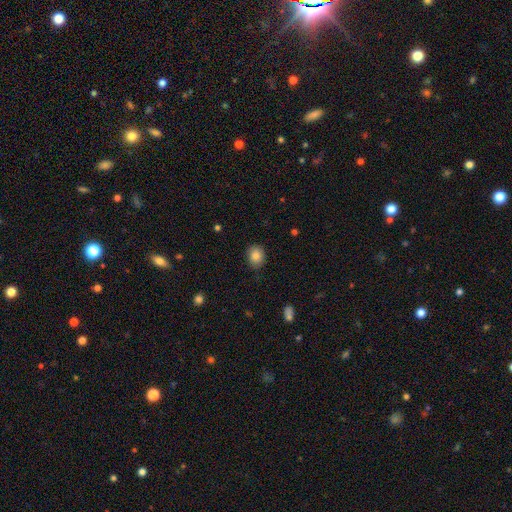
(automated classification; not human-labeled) Morphology: type=smooth (83%); roundness=round (56%); merging=none (82%).